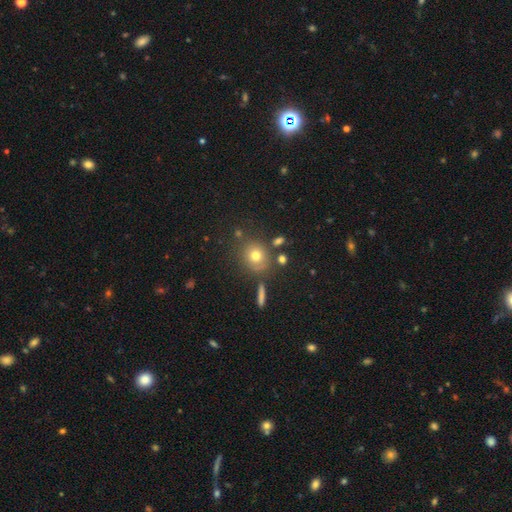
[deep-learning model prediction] Smooth or featured?
  - smooth: 72% *
  - star or artifact: 14%
  - featured or disk: 14%
How rounded?
  - round: 80% *
  - in between: 19%
  - cigar-shaped: 1%
Merging?
  - none: 73% *
  - minor disturbance: 13%
  - merger: 8%
  - major disturbance: 6%